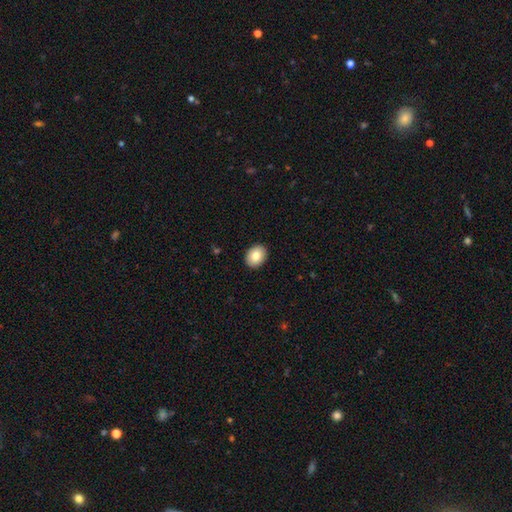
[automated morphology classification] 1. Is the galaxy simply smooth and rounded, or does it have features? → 84% smooth, 9% featured or disk, 7% star or artifact.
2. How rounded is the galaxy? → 62% in between, 37% round, 1% cigar-shaped.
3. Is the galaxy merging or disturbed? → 91% none, 7% minor disturbance, 2% major disturbance, 1% merger.